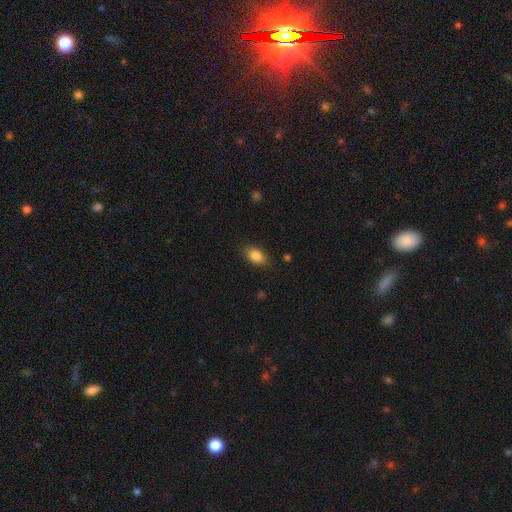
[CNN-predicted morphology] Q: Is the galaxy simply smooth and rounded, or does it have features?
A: smooth — 85%.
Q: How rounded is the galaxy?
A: in between — 87%.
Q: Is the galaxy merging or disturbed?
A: none — 84%.